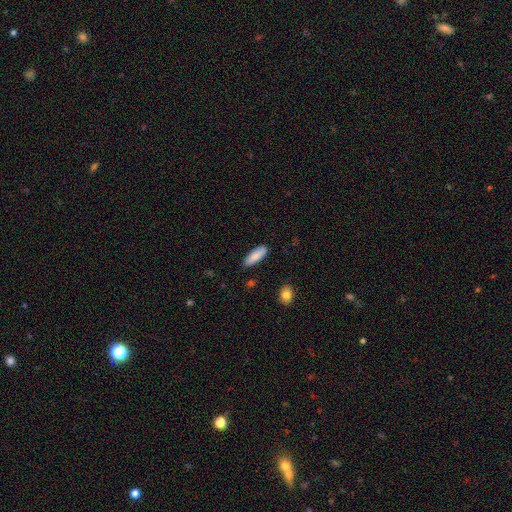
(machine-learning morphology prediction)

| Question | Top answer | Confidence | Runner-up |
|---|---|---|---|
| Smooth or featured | smooth | 86% | featured or disk (8%) |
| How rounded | in between | 56% | cigar-shaped (42%) |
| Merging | none | 85% | minor disturbance (11%) |